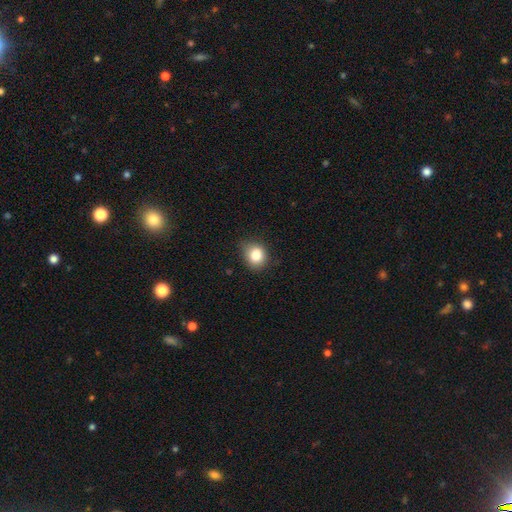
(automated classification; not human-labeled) This is clearly a smooth galaxy (83%). How rounded: likely round (62%). Merging: likely none (65%).